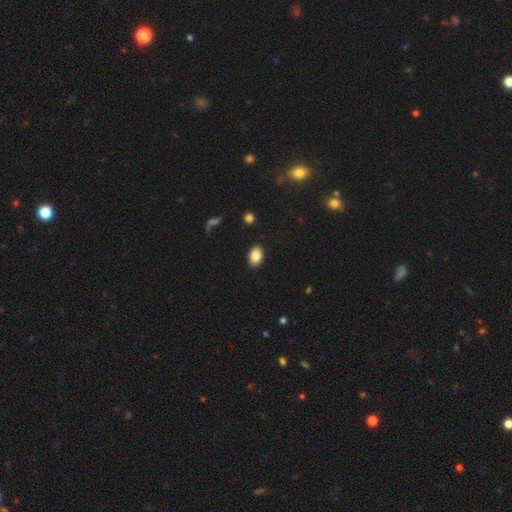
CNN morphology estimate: A smooth galaxy with no disk features (84%) that is in between round and cigar-shaped (87%). Merging: none (89%).